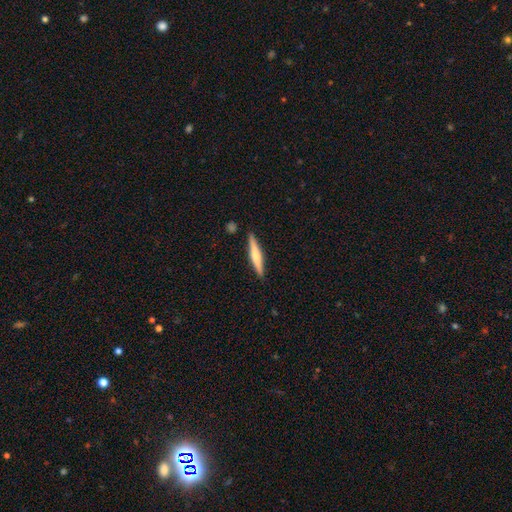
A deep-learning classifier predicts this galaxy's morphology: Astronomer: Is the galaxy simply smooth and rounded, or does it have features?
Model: smooth — 48% (runner-up: featured or disk, 46%).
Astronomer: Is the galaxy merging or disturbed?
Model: none — 89%.